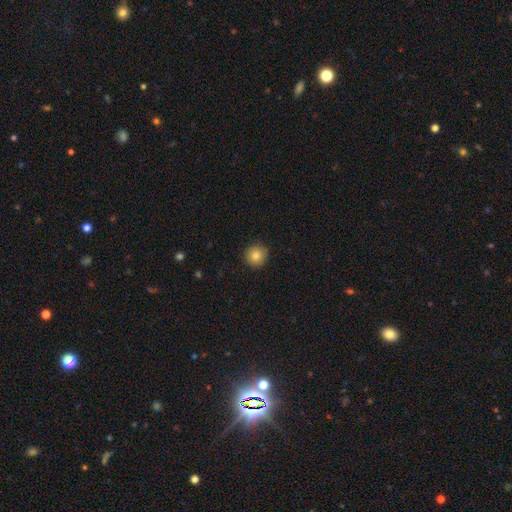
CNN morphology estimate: This is clearly a smooth galaxy (83%). How rounded: clearly round (95%). Merging: clearly none (91%).